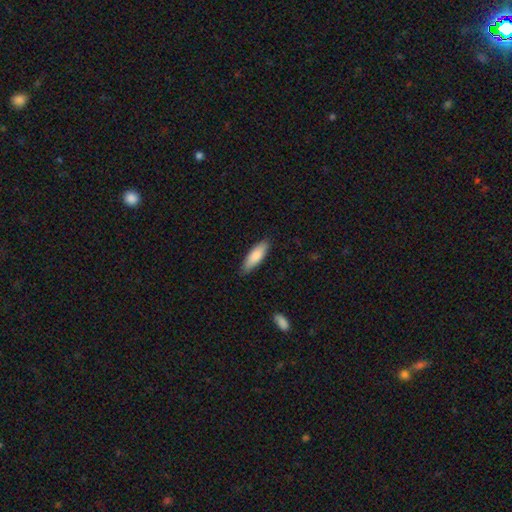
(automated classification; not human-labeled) Smooth or featured? smooth (83%)
How rounded? in between (52%)
Merging? none (86%)